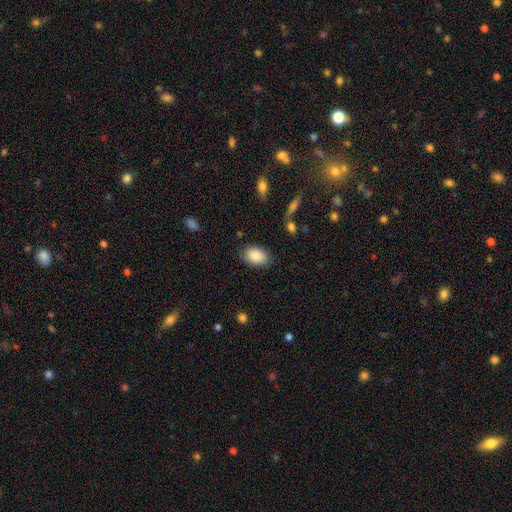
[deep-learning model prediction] Q: Smooth or featured?
A: smooth (86%); runner-up: star or artifact (7%)
Q: How rounded?
A: in between (87%); runner-up: round (11%)
Q: Merging?
A: none (84%); runner-up: minor disturbance (12%)